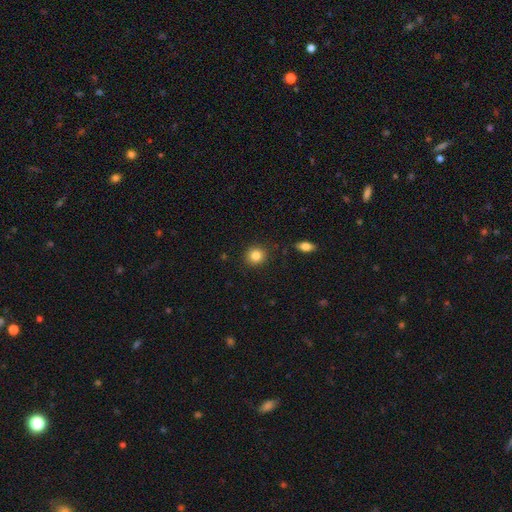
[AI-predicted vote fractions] smooth-or-featured: smooth: 84% | star or artifact: 10% | featured or disk: 6%
  how-rounded: round: 89% | in between: 10% | cigar-shaped: 1%
  merging: none: 89% | minor disturbance: 7% | major disturbance: 2% | merger: 2%